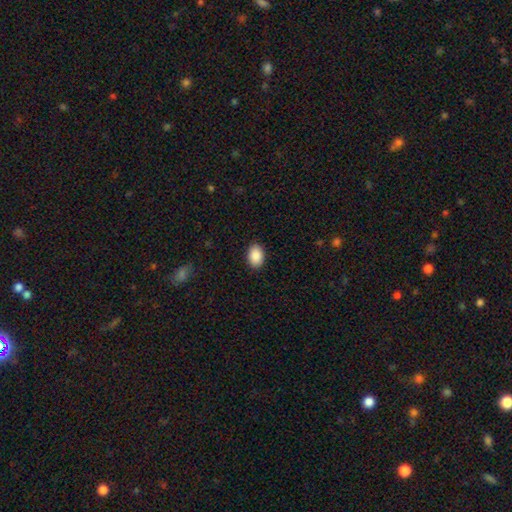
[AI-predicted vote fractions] smooth_or_featured: smooth (p=0.90) [alt: star or artifact p=0.07]
how_rounded: in between (p=0.83) [alt: round p=0.16]
merging: none (p=0.90) [alt: minor disturbance p=0.07]